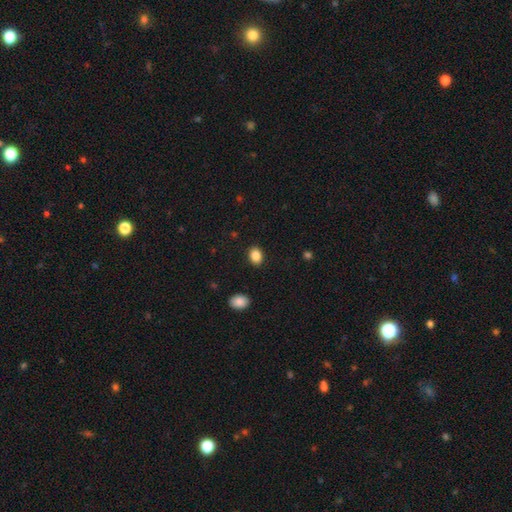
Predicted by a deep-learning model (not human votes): This is clearly a smooth galaxy (86%). How rounded: likely in between (66%). Merging: clearly none (89%).